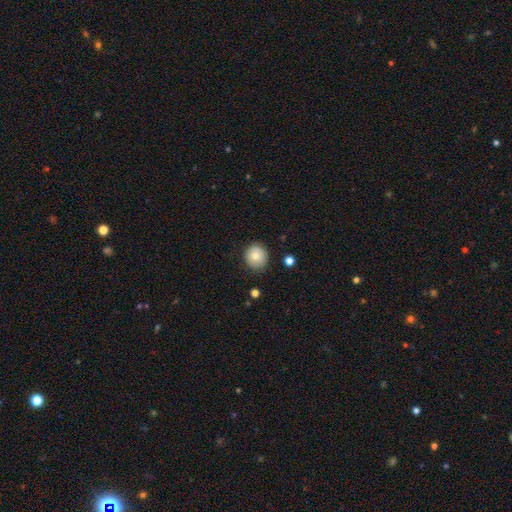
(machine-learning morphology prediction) Smooth or featured? smooth (75%)
How rounded? round (90%)
Merging? none (86%)